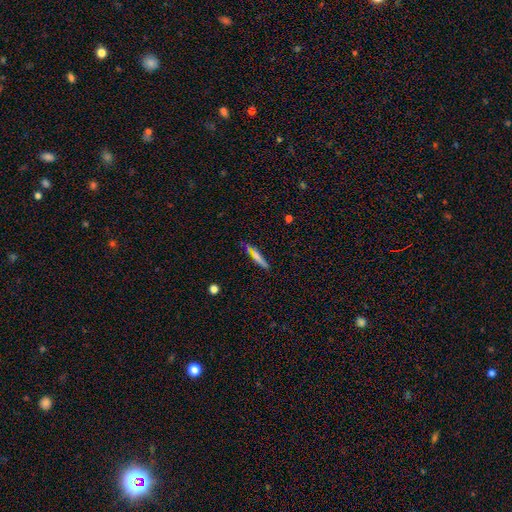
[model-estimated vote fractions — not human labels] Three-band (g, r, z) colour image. It shows a smooth galaxy with no disk features (64%) that is cigar-shaped (88%). Merging: none (68%).